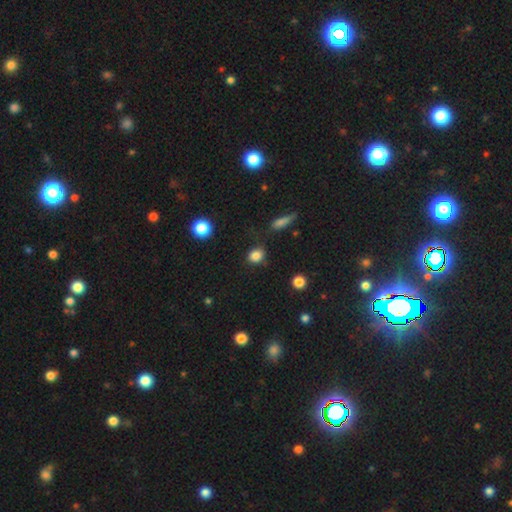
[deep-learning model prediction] Smooth or featured? smooth (84%)
How rounded? round (66%)
Merging? none (76%)